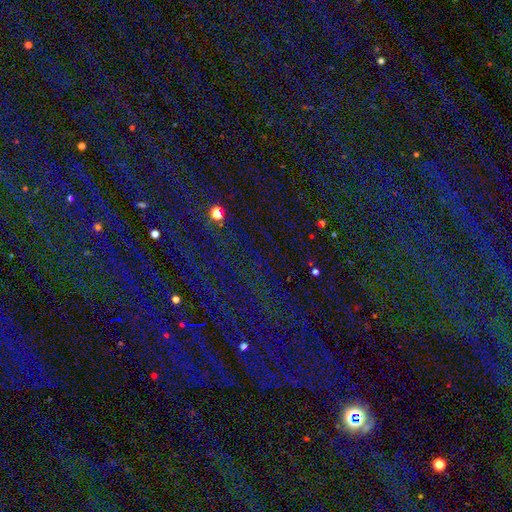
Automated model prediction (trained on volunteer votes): Morphology: type=star or artifact (77%).